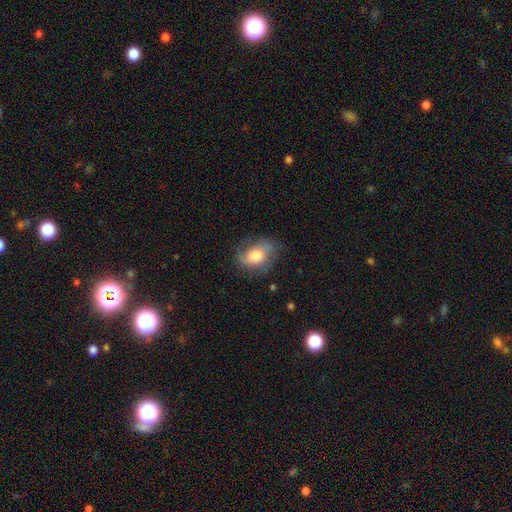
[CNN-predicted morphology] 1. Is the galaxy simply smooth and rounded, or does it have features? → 58% smooth, 34% featured or disk, 8% star or artifact.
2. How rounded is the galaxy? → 69% in between, 29% round, 2% cigar-shaped.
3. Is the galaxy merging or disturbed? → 57% none, 27% minor disturbance, 14% major disturbance, 2% merger.